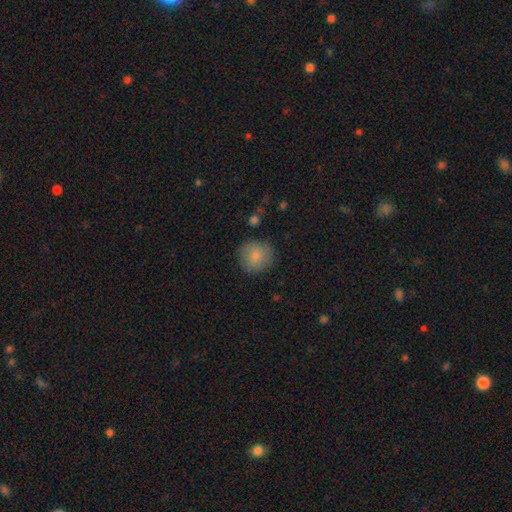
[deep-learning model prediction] A smooth galaxy with no disk features (82%) that is round (91%). Merging: none (82%).